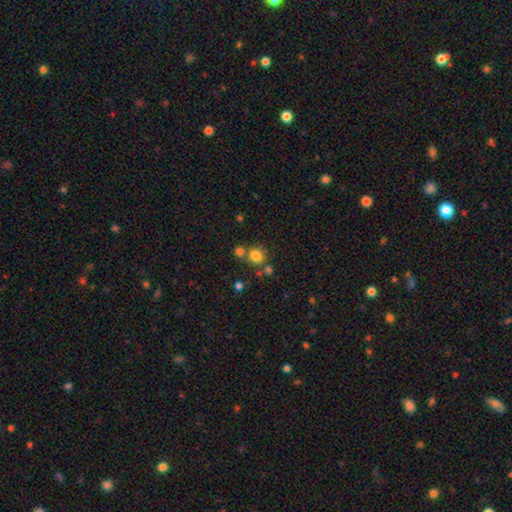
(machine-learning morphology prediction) Smooth or featured? smooth (79%)
How rounded? round (81%)
Merging? none (65%)